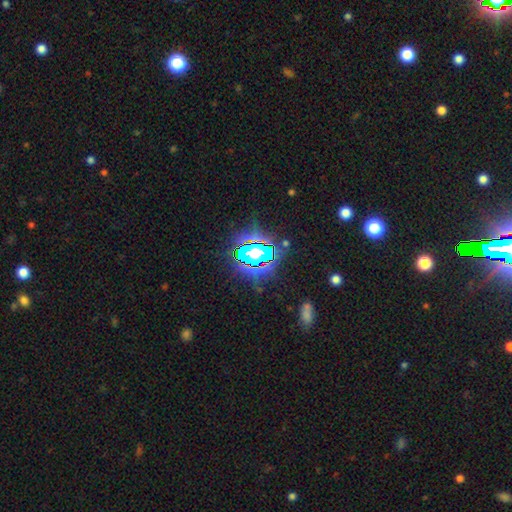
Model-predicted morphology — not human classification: A star or artifact, not a galaxy (76%).

Vote fractions:
- Smooth or featured? star or artifact: 76% / smooth: 14% / featured or disk: 10%